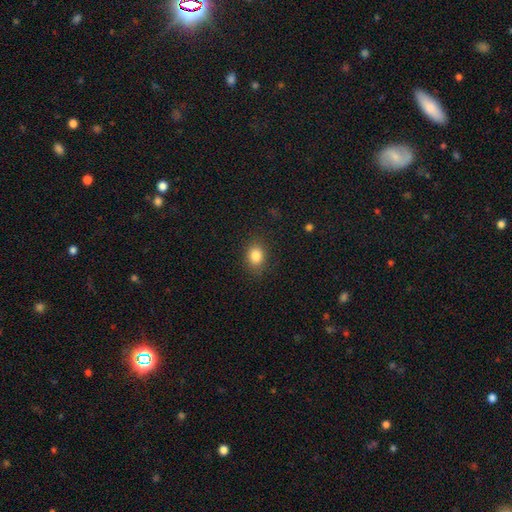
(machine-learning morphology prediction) Overall: smooth (84%). How rounded: in between (51%; round 48%). Merging: none (86%).